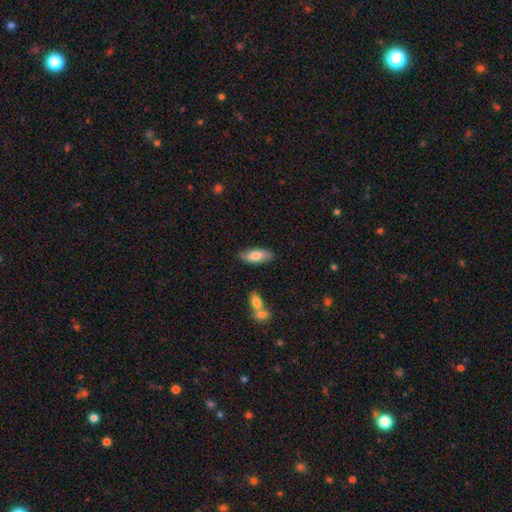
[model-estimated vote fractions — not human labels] Smooth or featured: smooth — 77% (featured or disk — 17%)
How rounded: in between — 80% (cigar-shaped — 18%)
Merging: none — 80% (minor disturbance — 15%)